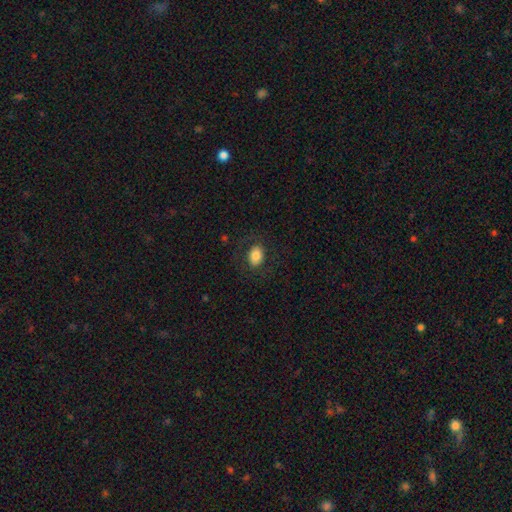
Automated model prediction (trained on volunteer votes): Smooth or featured? smooth (79%)
How rounded? in between (74%)
Merging? none (79%)